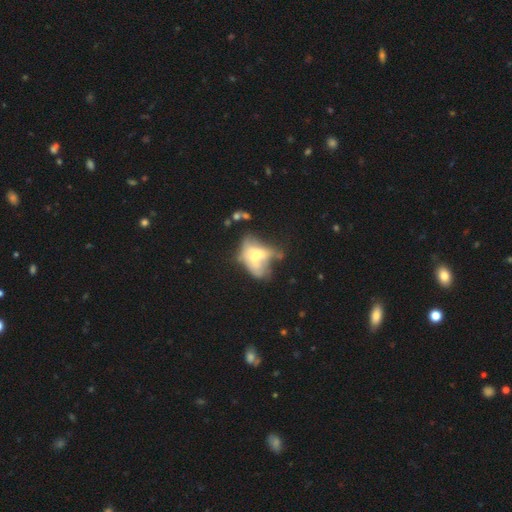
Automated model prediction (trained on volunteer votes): Overall: featured or disk (49%; smooth 39%). Merging: merger (33%, tied with major disturbance).